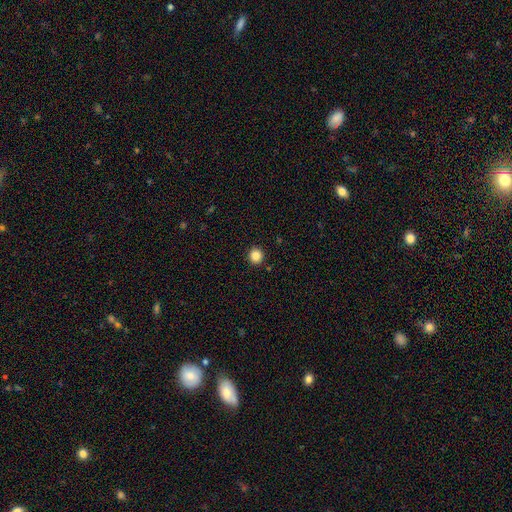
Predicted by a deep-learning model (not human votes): The model was most divided on "smooth or featured": smooth: 85%, star or artifact: 11%, featured or disk: 4%. More confident: merging — none (92%); how rounded — round (91%).